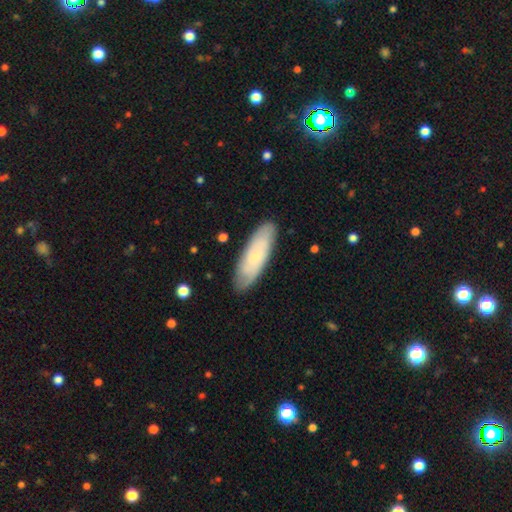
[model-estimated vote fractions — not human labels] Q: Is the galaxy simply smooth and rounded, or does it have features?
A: smooth — 58%.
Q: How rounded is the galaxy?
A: in between — 52%.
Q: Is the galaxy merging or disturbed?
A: none — 85%.